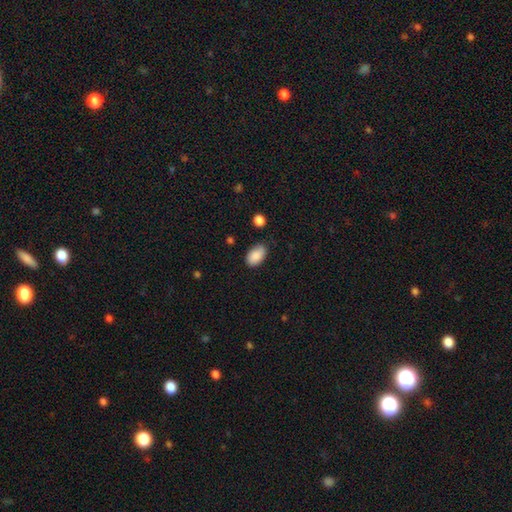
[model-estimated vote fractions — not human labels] smooth-or-featured: smooth: 88% | star or artifact: 7% | featured or disk: 5%
  how-rounded: in between: 93% | round: 6% | cigar-shaped: 1%
  merging: none: 77% | minor disturbance: 18% | major disturbance: 3% | merger: 2%